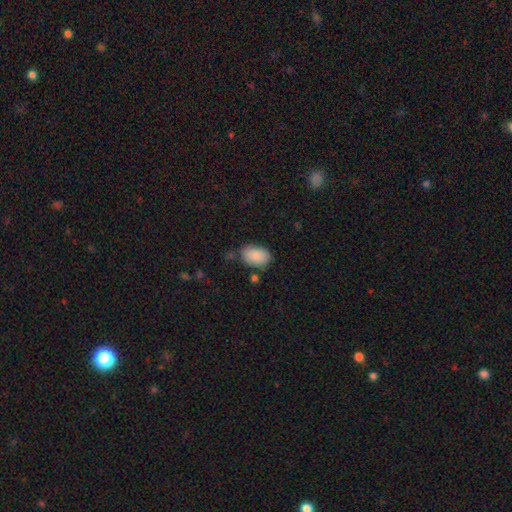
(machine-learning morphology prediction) type=smooth (88%); roundness=in between (89%); merging=none (74%).